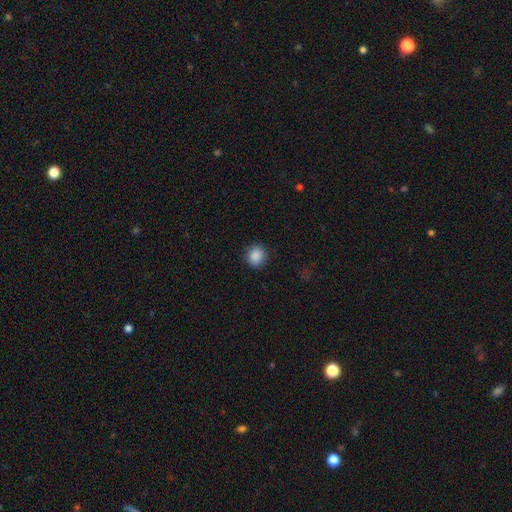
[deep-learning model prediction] Smooth or featured? Predicted: smooth (p=0.88). How rounded? Predicted: round (p=0.85). Merging? Predicted: none (p=0.88).